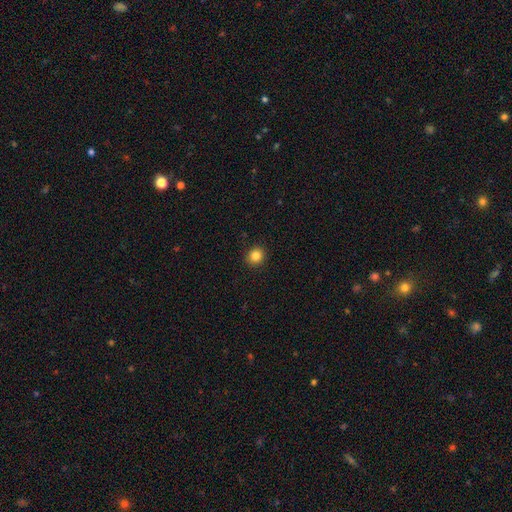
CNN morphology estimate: A smooth galaxy with no disk features (84%) that is round (83%). Merging: none (92%).